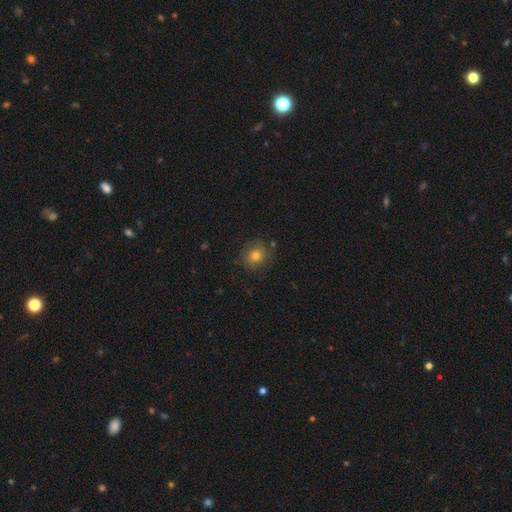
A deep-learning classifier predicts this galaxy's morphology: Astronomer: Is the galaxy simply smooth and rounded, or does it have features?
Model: smooth — 75%.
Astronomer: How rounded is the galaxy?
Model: round — 81%.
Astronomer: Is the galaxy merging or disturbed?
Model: none — 79%.